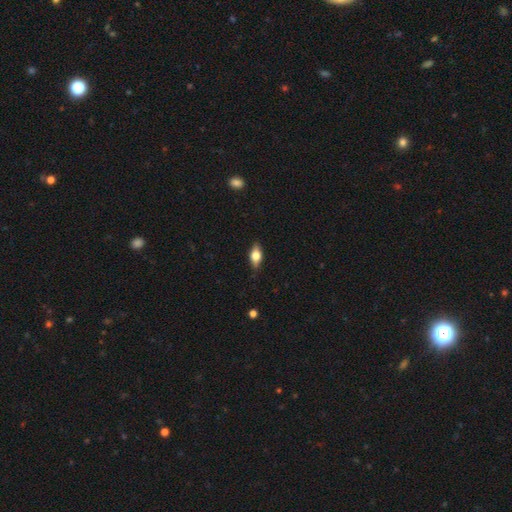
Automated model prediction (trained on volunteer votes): The model was most divided on "smooth or featured": smooth: 62%, featured or disk: 31%, star or artifact: 8%. More confident: merging — none (82%); how rounded — in between (80%).